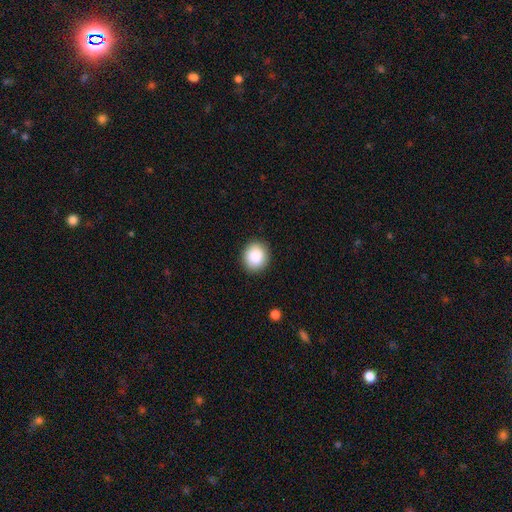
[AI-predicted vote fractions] This is clearly a smooth galaxy (88%). How rounded: likely round (77%). Merging: clearly none (90%).